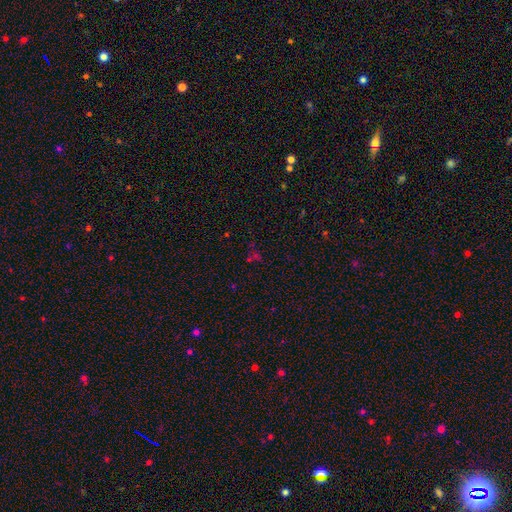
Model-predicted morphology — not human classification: smooth-or-featured: star or artifact: 58% | smooth: 31% | featured or disk: 11%